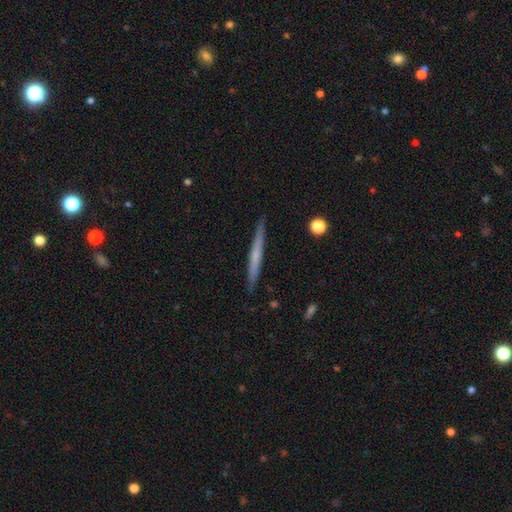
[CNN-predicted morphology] A smooth galaxy with no disk features (48%). Merging: none (90%).